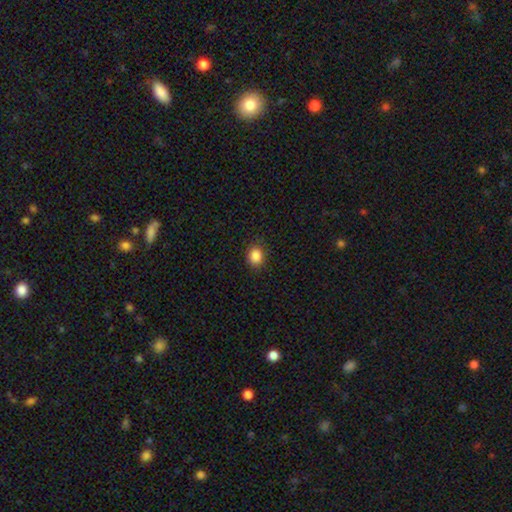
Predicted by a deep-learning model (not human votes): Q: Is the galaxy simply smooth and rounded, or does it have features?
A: smooth — 86%.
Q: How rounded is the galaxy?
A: round — 60%.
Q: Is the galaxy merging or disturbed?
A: none — 86%.